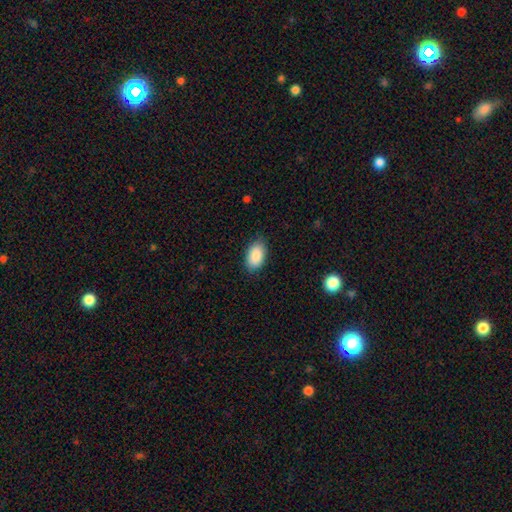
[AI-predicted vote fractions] smooth 89%, star or artifact 6%, featured or disk 5%. Down the decision tree: how rounded — in between (93%); merging — none (84%).